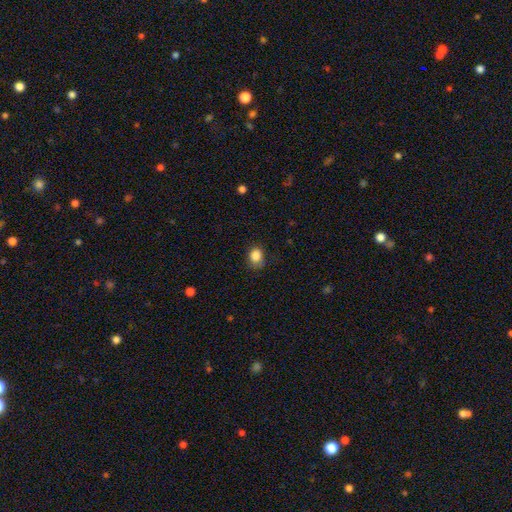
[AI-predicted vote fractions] Smooth or featured: smooth — 85% (star or artifact — 10%)
How rounded: round — 57% (in between — 42%)
Merging: none — 67% (minor disturbance — 24%)